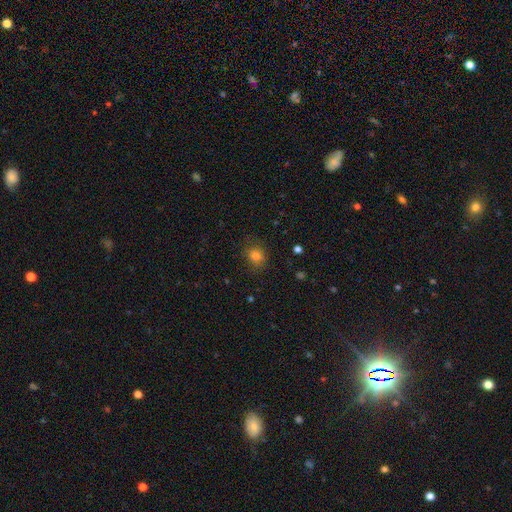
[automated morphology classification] Q: Smooth or featured?
A: smooth (79%); runner-up: star or artifact (14%)
Q: How rounded?
A: round (60%); runner-up: in between (39%)
Q: Merging?
A: none (77%); runner-up: minor disturbance (16%)